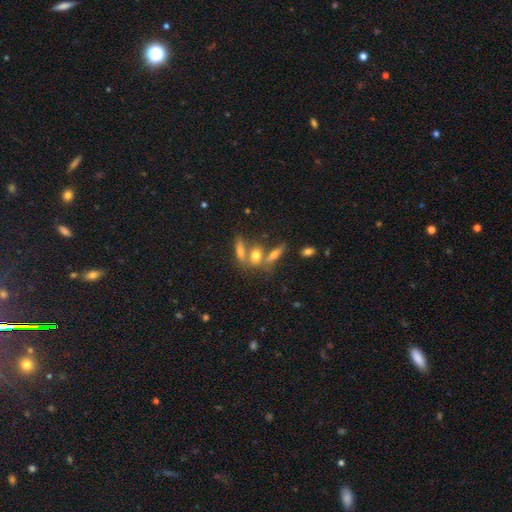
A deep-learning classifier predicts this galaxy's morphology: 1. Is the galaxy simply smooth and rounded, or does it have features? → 65% smooth, 23% featured or disk, 12% star or artifact.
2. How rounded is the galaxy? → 57% in between, 28% cigar-shaped, 15% round.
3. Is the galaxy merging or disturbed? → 43% none, 42% merger, 10% minor disturbance, 5% major disturbance.